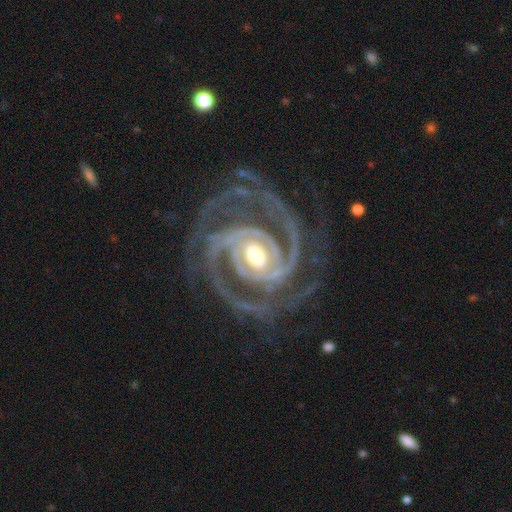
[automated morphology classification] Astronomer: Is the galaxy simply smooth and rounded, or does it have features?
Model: featured or disk — 94%.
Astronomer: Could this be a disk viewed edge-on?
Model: no — 98%.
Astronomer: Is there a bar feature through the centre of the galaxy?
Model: no — 41% (runner-up: weak, 33%).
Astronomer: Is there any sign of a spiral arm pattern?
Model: yes — 99%.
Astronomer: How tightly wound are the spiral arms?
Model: tight — 69%.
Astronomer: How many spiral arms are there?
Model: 3 — 30% (runner-up: 2, 28%).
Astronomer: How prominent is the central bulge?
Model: moderate — 64%.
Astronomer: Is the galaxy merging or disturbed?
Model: none — 71%.